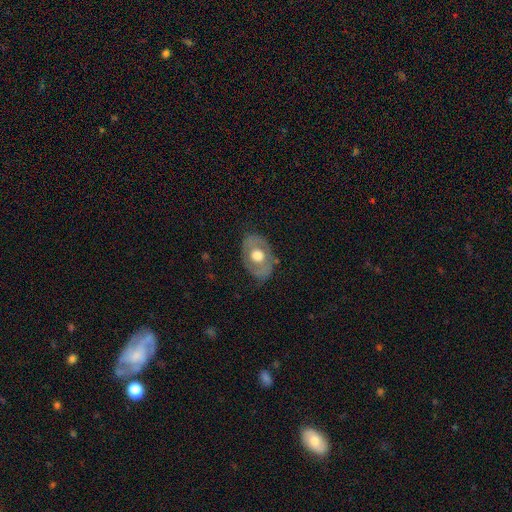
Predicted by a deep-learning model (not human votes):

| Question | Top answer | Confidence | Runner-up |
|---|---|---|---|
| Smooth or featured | featured or disk | 55% | smooth (38%) |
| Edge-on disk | no | 92% | yes (8%) |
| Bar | no | 85% | weak (12%) |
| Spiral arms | no | 75% | yes (25%) |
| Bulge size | large | 47% | moderate (45%) |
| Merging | none | 78% | minor disturbance (16%) |